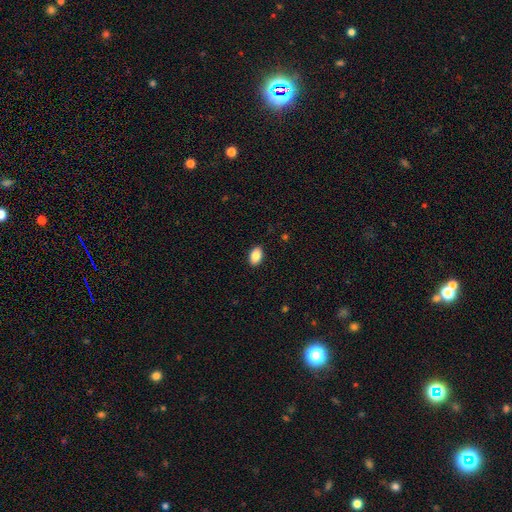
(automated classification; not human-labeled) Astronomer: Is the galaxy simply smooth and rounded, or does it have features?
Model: smooth — 87%.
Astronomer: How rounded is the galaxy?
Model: in between — 88%.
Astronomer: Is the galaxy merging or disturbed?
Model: none — 89%.